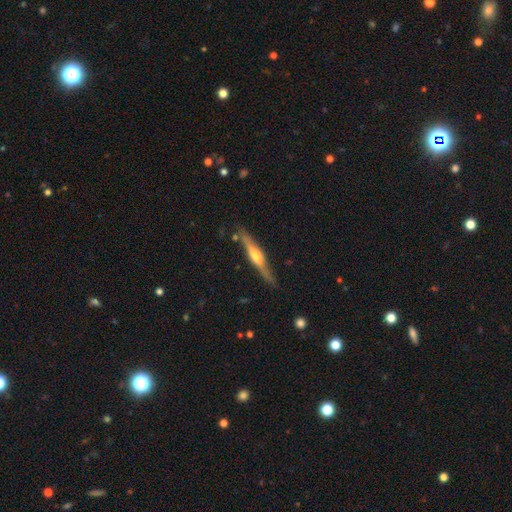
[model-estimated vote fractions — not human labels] The model was most divided on "smooth or featured": featured or disk: 68%, smooth: 27%, star or artifact: 5%. More confident: edge-on disk — yes (95%); edge-on bulge — rounded (86%); merging — none (80%).